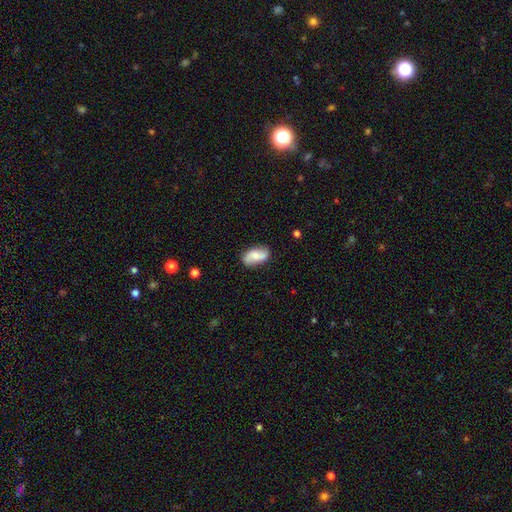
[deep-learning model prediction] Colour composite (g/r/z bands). It shows a featured or disk galaxy (48%). Merging: none (74%).